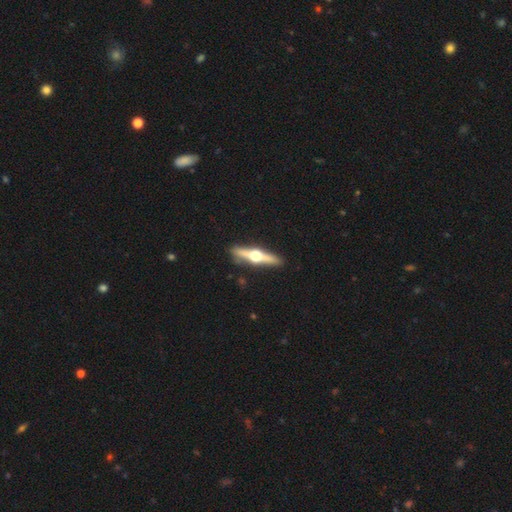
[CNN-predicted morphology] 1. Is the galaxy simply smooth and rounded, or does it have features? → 76% featured or disk, 19% smooth, 5% star or artifact.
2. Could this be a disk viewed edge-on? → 97% yes, 3% no.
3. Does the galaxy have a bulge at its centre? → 97% rounded, 2% boxy, 1% none.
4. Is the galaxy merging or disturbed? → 90% none, 7% minor disturbance, 2% major disturbance, 1% merger.